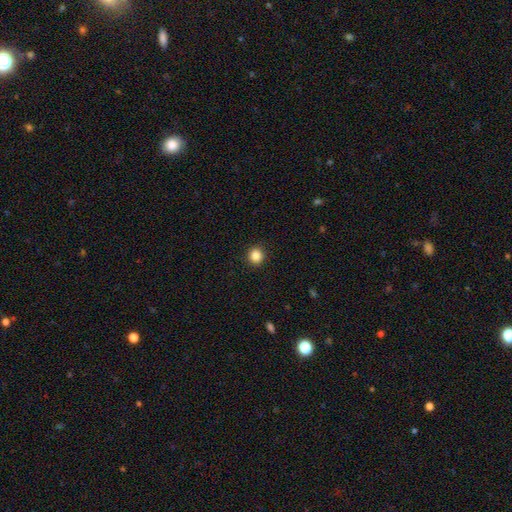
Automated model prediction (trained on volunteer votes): Overall: smooth (86%). How rounded: round (92%). Merging: none (92%).